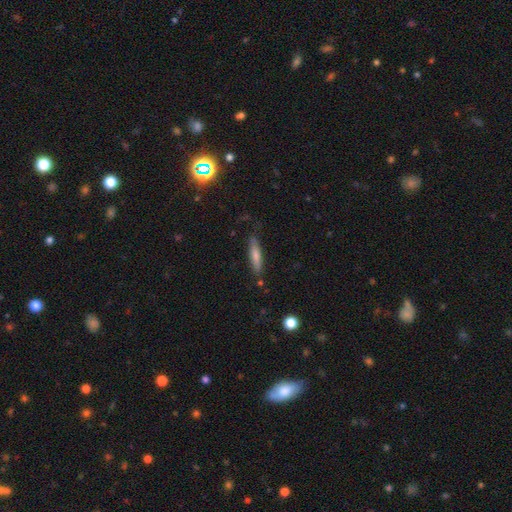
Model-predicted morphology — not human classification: Q: Smooth or featured?
A: smooth (68%); runner-up: featured or disk (26%)
Q: How rounded?
A: cigar-shaped (85%); runner-up: in between (13%)
Q: Merging?
A: none (77%); runner-up: minor disturbance (17%)